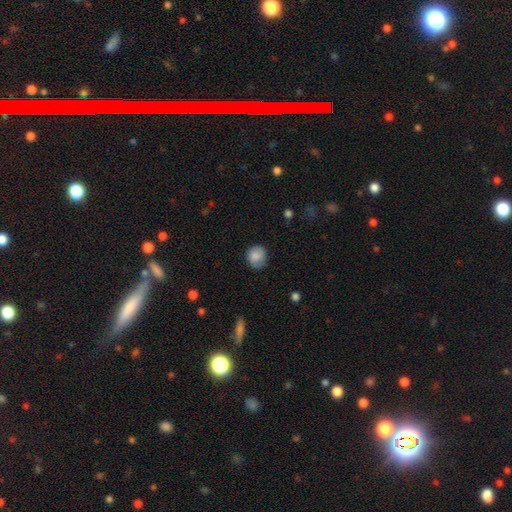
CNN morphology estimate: smooth 83%, featured or disk 10%, star or artifact 8%. Down the decision tree: how rounded — round (82%); merging — none (71%).